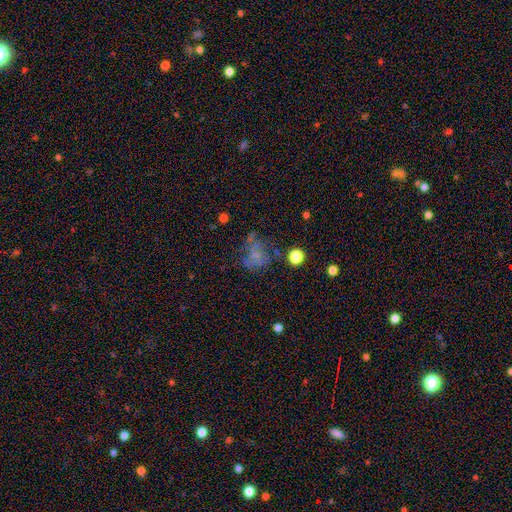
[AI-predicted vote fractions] Smooth or featured? smooth (42%)
Merging? none (41%)